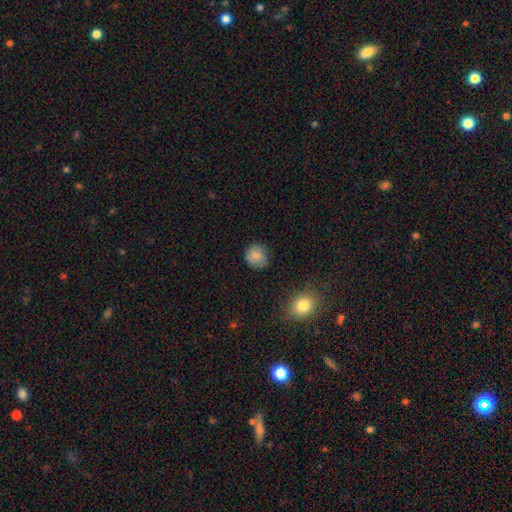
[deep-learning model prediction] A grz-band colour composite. It shows a smooth galaxy with no disk features (82%) that is round (84%). Merging: none (80%).